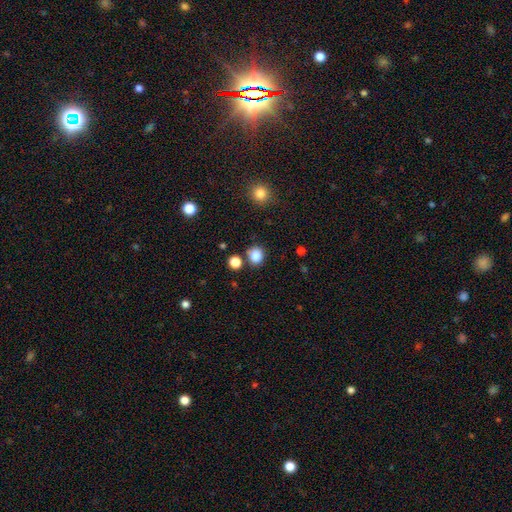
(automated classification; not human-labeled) This is clearly a smooth galaxy (85%). How rounded: likely round (78%). Merging: likely none (77%).